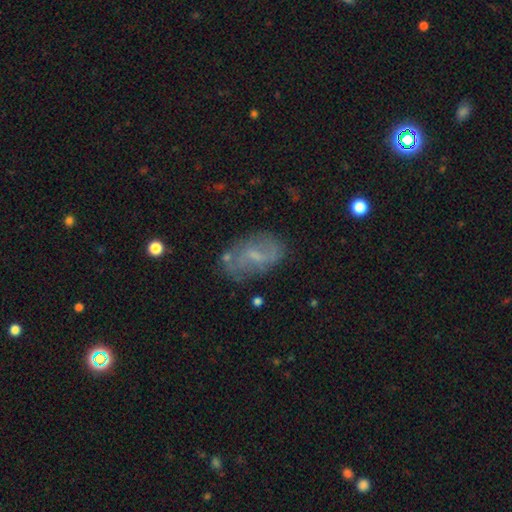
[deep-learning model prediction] The model was most divided on "bar": weak: 54%, no: 31%, strong: 15%. Remaining: edge-on disk — no (95%); spiral arms — yes (71%); merging — none (66%); smooth or featured — featured or disk (59%); bulge size — small (50%).